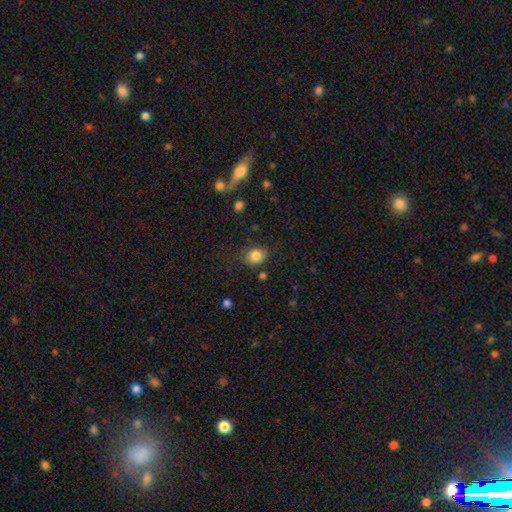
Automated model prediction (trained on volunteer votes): smooth_or_featured: smooth (p=0.84) [alt: star or artifact p=0.10]
how_rounded: round (p=0.61) [alt: in between p=0.38]
merging: none (p=0.75) [alt: minor disturbance p=0.17]